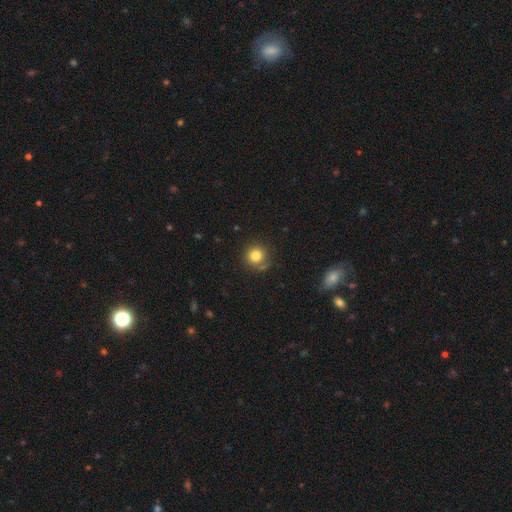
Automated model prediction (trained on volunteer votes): A smooth galaxy with no disk features (81%) that is round (93%).

Vote fractions:
- Smooth or featured? smooth: 81% / star or artifact: 12% / featured or disk: 7%
- How rounded? round: 93% / in between: 6% / cigar-shaped: 1%
- Merging? none: 78% / minor disturbance: 12% / merger: 6% / major disturbance: 4%